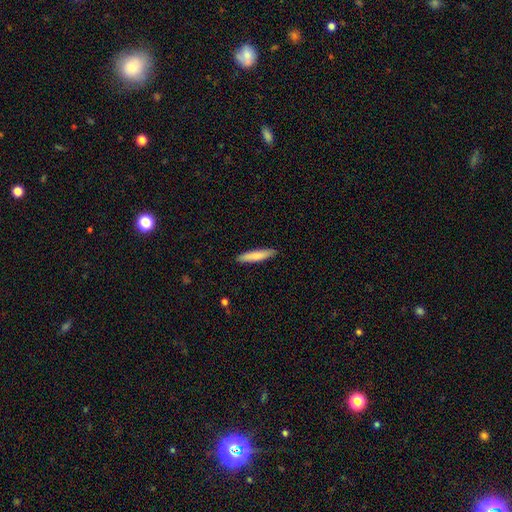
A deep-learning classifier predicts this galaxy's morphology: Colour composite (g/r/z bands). It shows a smooth galaxy with no disk features (81%) that is cigar-shaped (88%). Merging: none (90%).